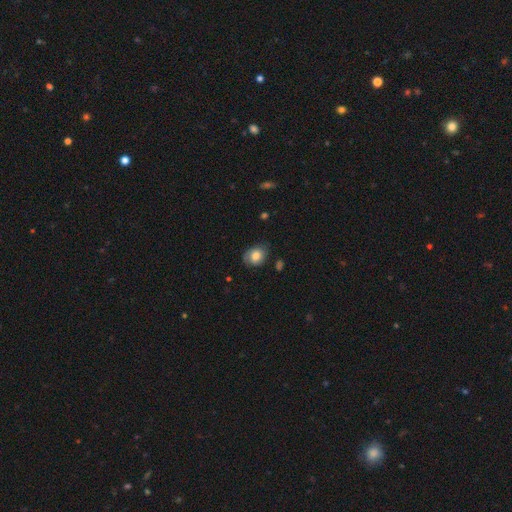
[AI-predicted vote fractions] A smooth galaxy with no disk features (70%) that is in between round and cigar-shaped (52%). Merging: none (67%).